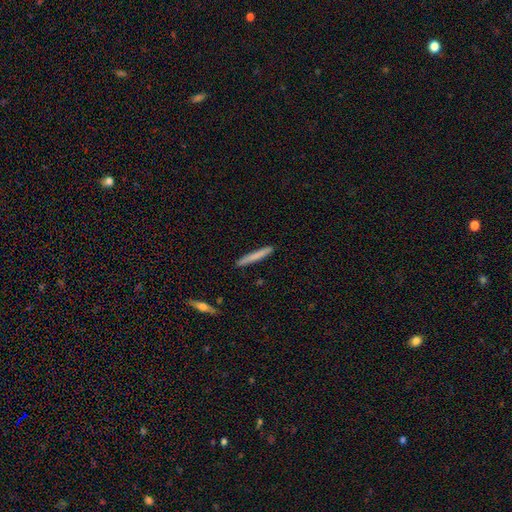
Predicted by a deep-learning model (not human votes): This appears to be a smooth galaxy with no disk features (74%) that is cigar-shaped (96%). Merging: none (91%).